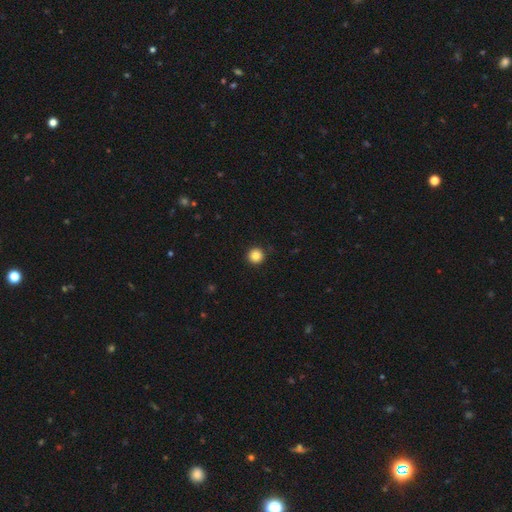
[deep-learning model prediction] Smooth or featured? smooth (85%)
How rounded? round (96%)
Merging? none (92%)